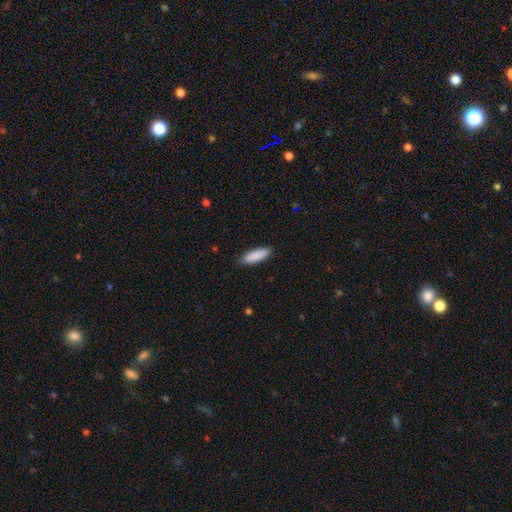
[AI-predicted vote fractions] This appears to be a smooth galaxy with no disk features (89%) that is in between round and cigar-shaped (50%). Merging: none (86%).